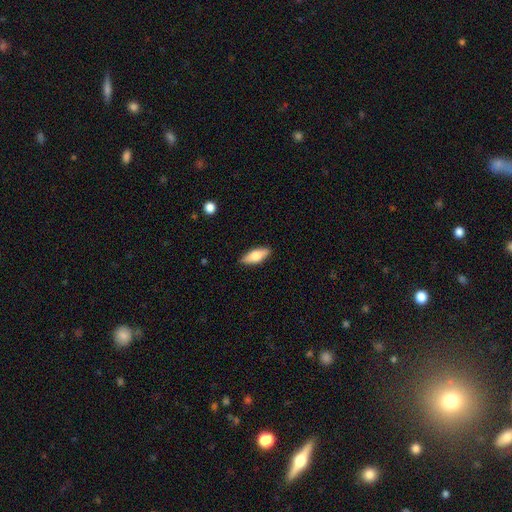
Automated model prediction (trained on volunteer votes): Smooth or featured?
  - smooth: 70% *
  - featured or disk: 24%
  - star or artifact: 6%
How rounded?
  - in between: 71% *
  - cigar-shaped: 27%
  - round: 2%
Merging?
  - none: 88% *
  - minor disturbance: 9%
  - major disturbance: 2%
  - merger: 1%